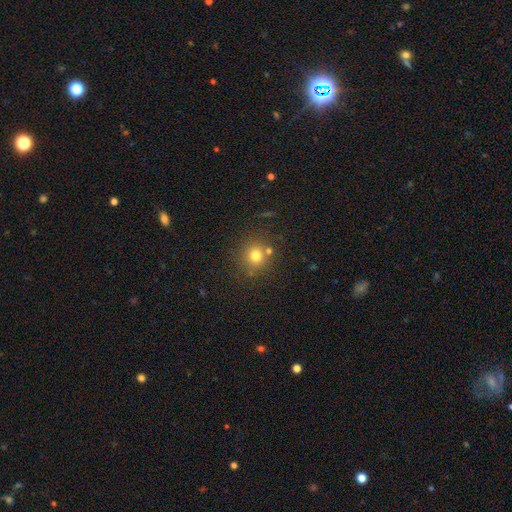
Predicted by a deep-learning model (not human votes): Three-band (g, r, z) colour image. It shows a smooth galaxy with no disk features (75%) that is round (91%). Merging: none (77%).